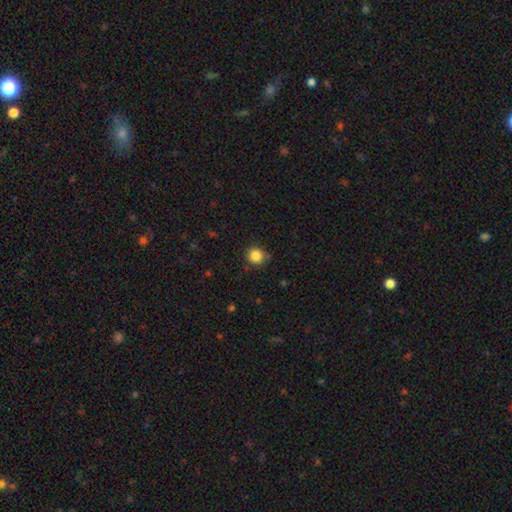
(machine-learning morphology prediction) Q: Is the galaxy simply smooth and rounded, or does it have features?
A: smooth — 86%.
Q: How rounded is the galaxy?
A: round — 92%.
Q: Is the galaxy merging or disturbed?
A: none — 83%.